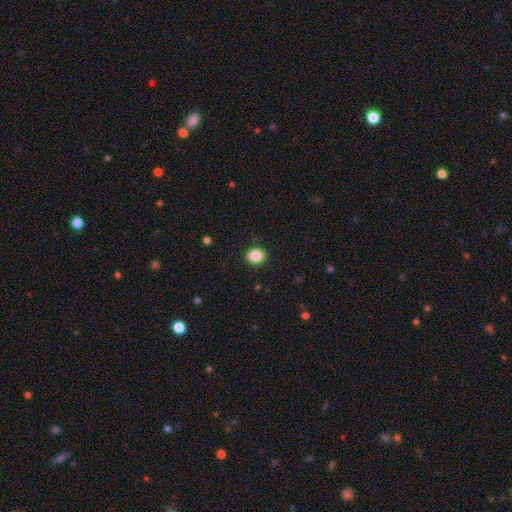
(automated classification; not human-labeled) Q: Smooth or featured?
A: smooth (87%); runner-up: star or artifact (9%)
Q: How rounded?
A: round (71%); runner-up: in between (28%)
Q: Merging?
A: none (90%); runner-up: minor disturbance (7%)